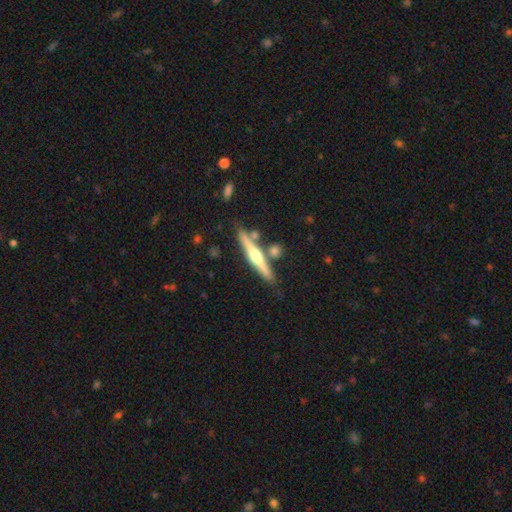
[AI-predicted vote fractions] smooth-or-featured: featured or disk: 71% | smooth: 24% | star or artifact: 6%
  disk-edge-on: yes: 97% | no: 3%
    edge-on-bulge: rounded: 93% | none: 4% | boxy: 3%
  merging: none: 79% | minor disturbance: 10% | merger: 9% | major disturbance: 2%